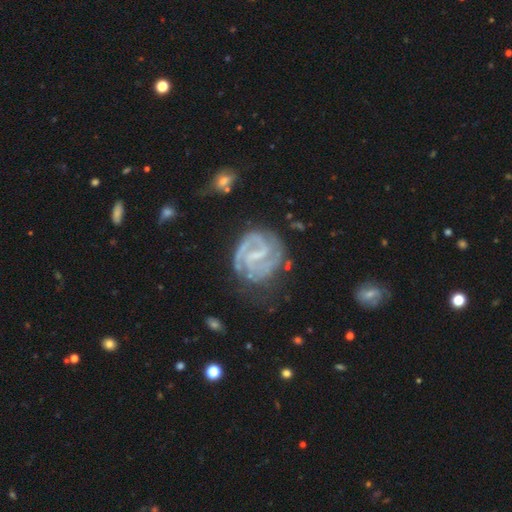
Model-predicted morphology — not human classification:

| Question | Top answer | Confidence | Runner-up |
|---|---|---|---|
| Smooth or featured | featured or disk | 90% | smooth (5%) |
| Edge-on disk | no | 98% | yes (2%) |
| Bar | weak | 51% | strong (34%) |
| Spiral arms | yes | 97% | no (3%) |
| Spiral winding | tight | 47% | medium (44%) |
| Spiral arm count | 2 | 74% | 3 (11%) |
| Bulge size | small | 48% | none (35%) |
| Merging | none | 66% | minor disturbance (20%) |